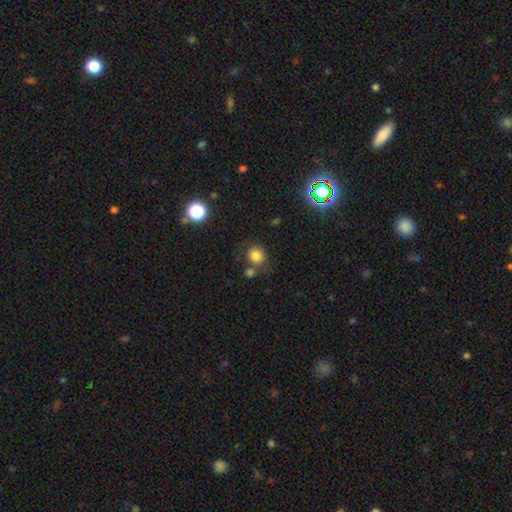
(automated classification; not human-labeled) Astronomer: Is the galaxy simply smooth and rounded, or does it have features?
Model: smooth — 81%.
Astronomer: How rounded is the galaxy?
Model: round — 84%.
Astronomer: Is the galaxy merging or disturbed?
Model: none — 68%.